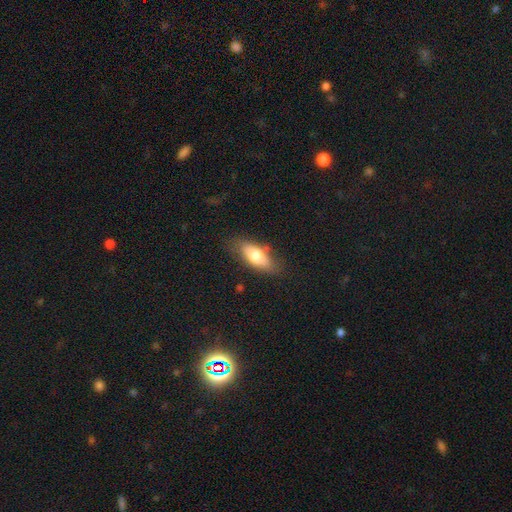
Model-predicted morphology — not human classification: The model was most divided on "smooth or featured": smooth: 72%, featured or disk: 21%, star or artifact: 7%. More confident: how rounded — in between (79%); merging — none (74%).